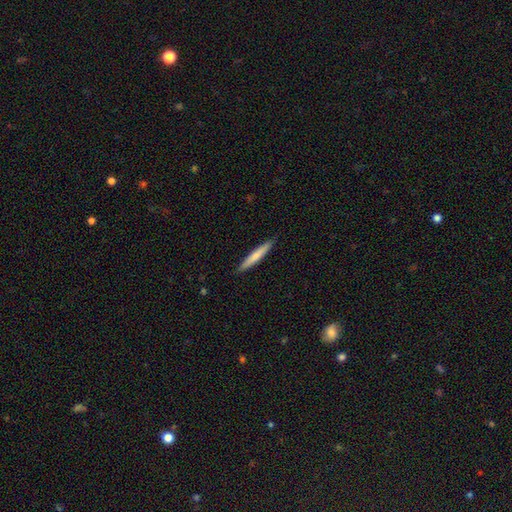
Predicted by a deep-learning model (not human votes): Overall: smooth (68%). How rounded: cigar-shaped (95%). Merging: none (90%).